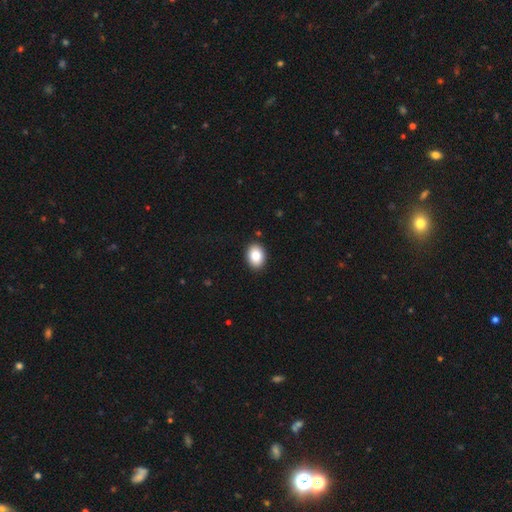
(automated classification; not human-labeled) Smooth or featured?
  - smooth: 84% *
  - star or artifact: 8%
  - featured or disk: 8%
How rounded?
  - in between: 72% *
  - round: 27%
  - cigar-shaped: 1%
Merging?
  - none: 90% *
  - minor disturbance: 7%
  - major disturbance: 2%
  - merger: 1%